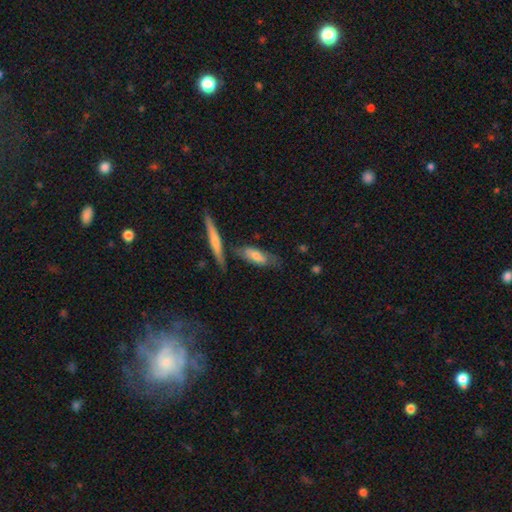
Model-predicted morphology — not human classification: A smooth galaxy with no disk features (49%). Merging: none (64%).